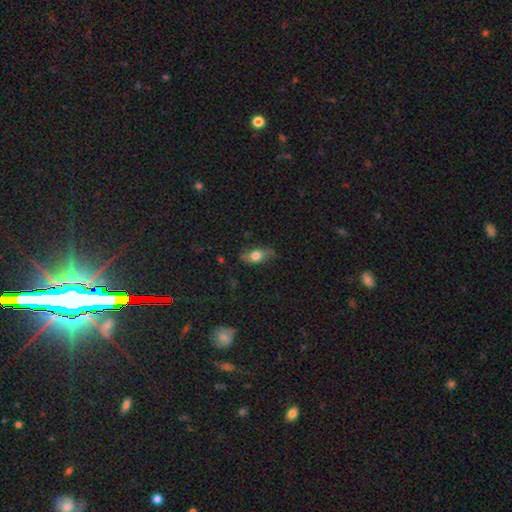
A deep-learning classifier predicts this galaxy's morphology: smooth 67%, featured or disk 25%, star or artifact 8%. Down the decision tree: how rounded — in between (78%); merging — none (79%).